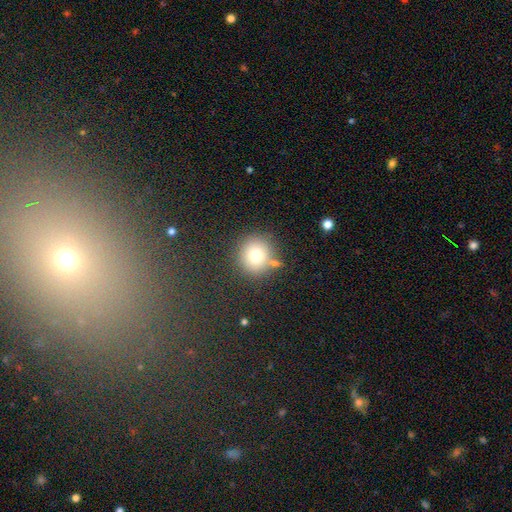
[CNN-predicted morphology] Q: Smooth or featured?
A: smooth (78%); runner-up: star or artifact (12%)
Q: How rounded?
A: round (87%); runner-up: in between (12%)
Q: Merging?
A: none (74%); runner-up: minor disturbance (12%)